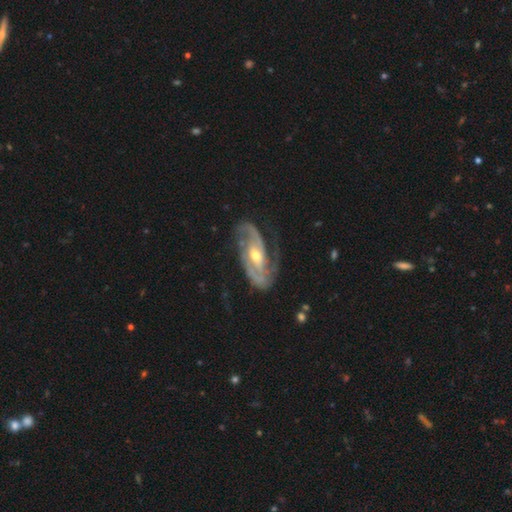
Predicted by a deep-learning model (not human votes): Smooth or featured? featured or disk (91%)
Edge-on disk? no (95%)
Bar? weak (39%)
Spiral arms? yes (97%)
Spiral winding? medium (49%)
Spiral arm count? 2 (84%)
Bulge size? moderate (65%)
Merging? none (73%)